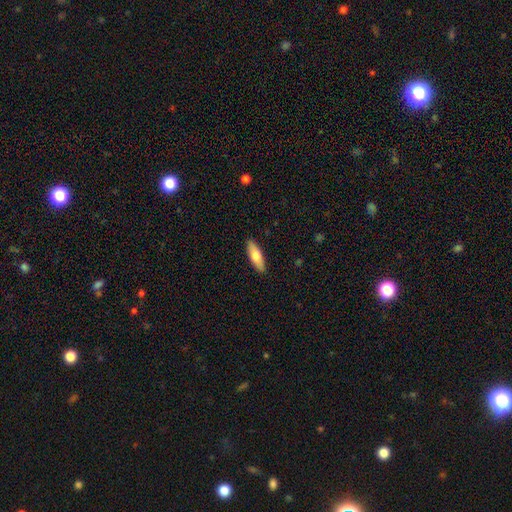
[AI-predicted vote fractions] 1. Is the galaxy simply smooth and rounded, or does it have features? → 72% smooth, 23% featured or disk, 6% star or artifact.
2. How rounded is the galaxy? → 59% in between, 39% cigar-shaped, 2% round.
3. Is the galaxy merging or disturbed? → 89% none, 9% minor disturbance, 2% major disturbance, 1% merger.